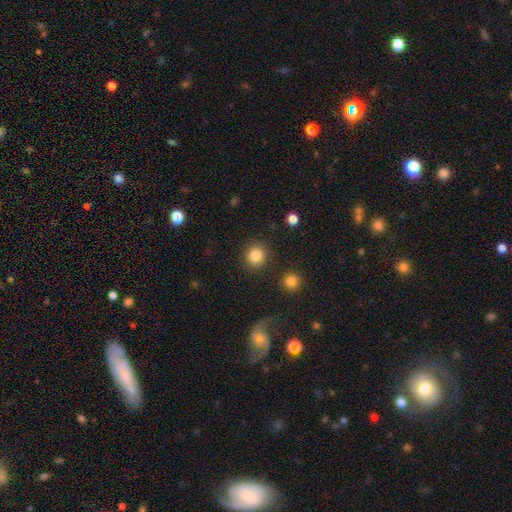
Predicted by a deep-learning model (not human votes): Morphology: type=smooth (85%); roundness=round (91%); merging=none (89%).